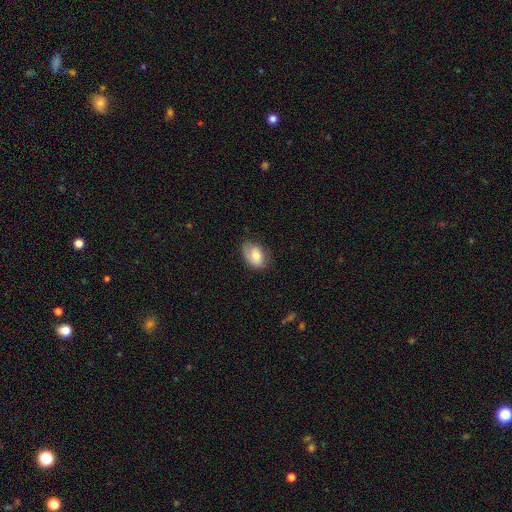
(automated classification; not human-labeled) Smooth or featured? smooth (64%)
How rounded? in between (82%)
Merging? none (61%)